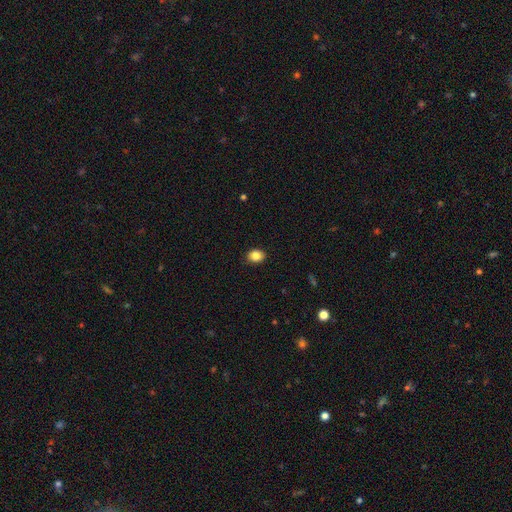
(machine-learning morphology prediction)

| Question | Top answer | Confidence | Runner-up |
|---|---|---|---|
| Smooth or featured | smooth | 85% | star or artifact (9%) |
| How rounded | in between | 55% | round (44%) |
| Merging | none | 90% | minor disturbance (7%) |